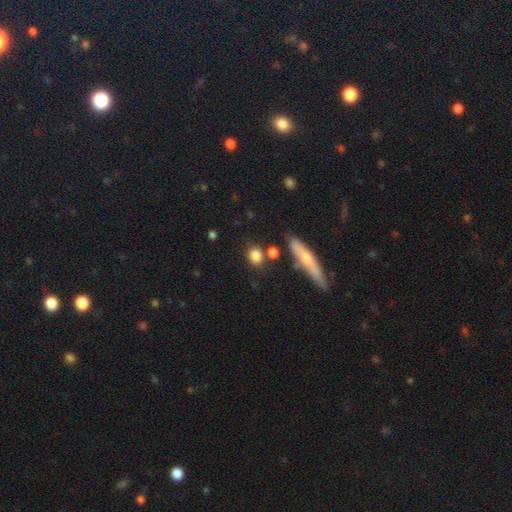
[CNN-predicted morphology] A smooth galaxy with no disk features (82%) that is round (57%). Merging: none (73%).